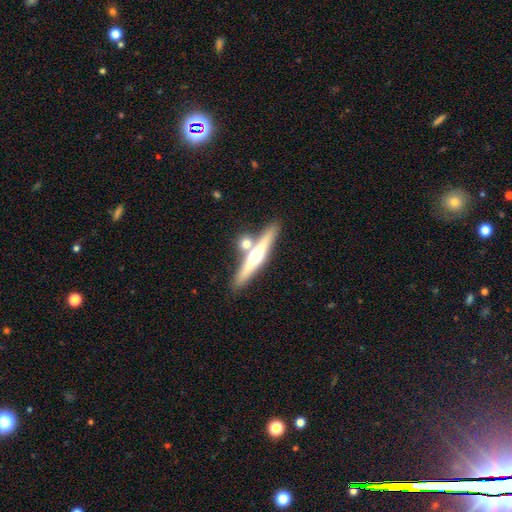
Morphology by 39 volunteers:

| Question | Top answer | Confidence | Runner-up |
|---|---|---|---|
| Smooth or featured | featured or disk | 74% | smooth (23%) |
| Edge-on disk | yes | 97% | no (3%) |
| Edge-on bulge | rounded | 100% | — |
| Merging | none | 66% | merger (26%) |